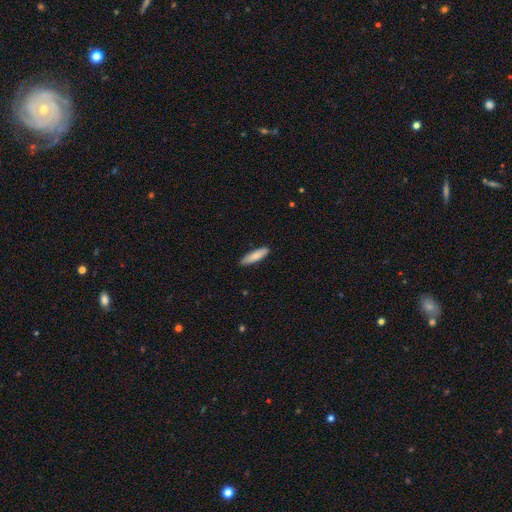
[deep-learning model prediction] Smooth or featured? Predicted: smooth (p=0.83). How rounded? Predicted: cigar-shaped (p=0.70). Merging? Predicted: none (p=0.89).